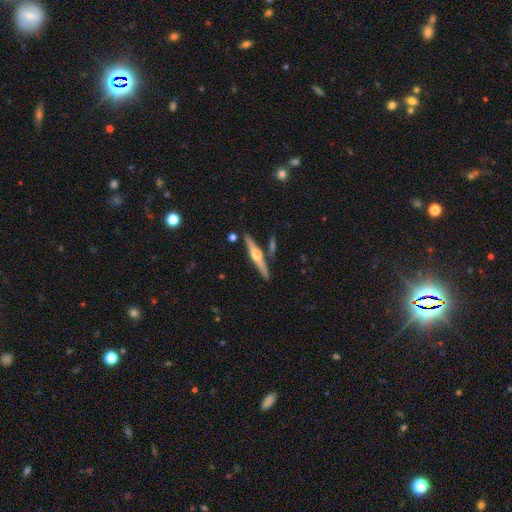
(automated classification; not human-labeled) Overall: featured or disk (71%). Edge-on disk: yes (97%). Edge-on bulge: rounded (94%). Merging: none (82%).